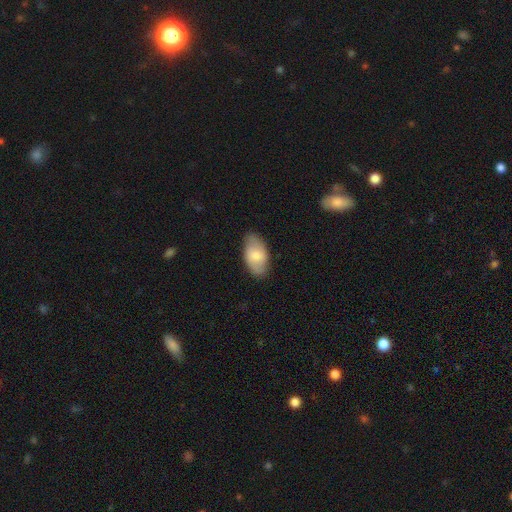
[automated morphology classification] smooth-or-featured: smooth: 62% | featured or disk: 32% | star or artifact: 6%
  how-rounded: in between: 93% | round: 4% | cigar-shaped: 2%
  merging: none: 79% | minor disturbance: 17% | major disturbance: 3% | merger: 1%